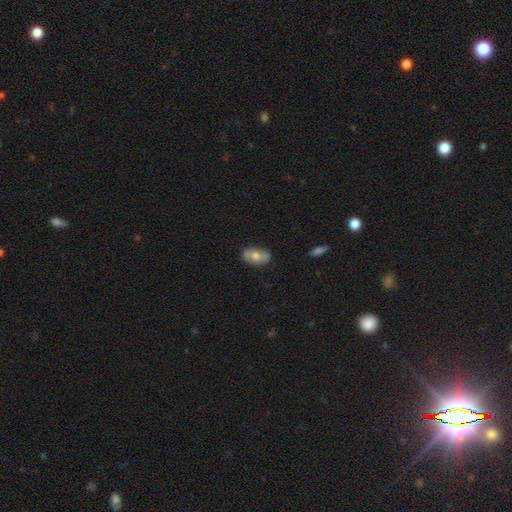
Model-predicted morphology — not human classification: Q: Smooth or featured?
A: smooth (62%); runner-up: featured or disk (31%)
Q: How rounded?
A: in between (89%); runner-up: round (7%)
Q: Merging?
A: none (81%); runner-up: minor disturbance (15%)